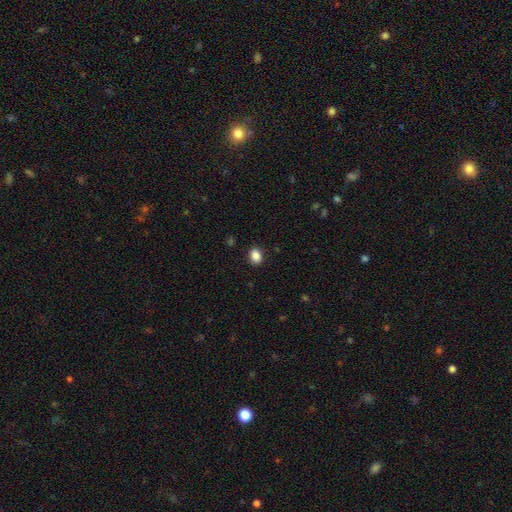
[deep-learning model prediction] Overall: smooth (87%). How rounded: in between (61%; round 38%). Merging: none (89%).